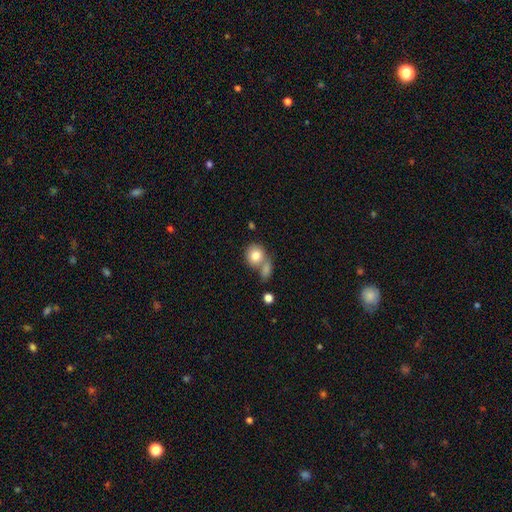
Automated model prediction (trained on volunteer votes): A smooth galaxy with no disk features (81%) that is round (74%). Merging: merger (42%, tied with none).